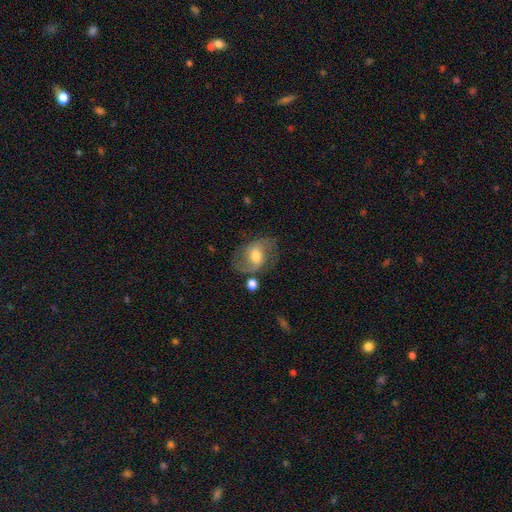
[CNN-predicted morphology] smooth-or-featured: featured or disk: 62% | smooth: 30% | star or artifact: 8%
  disk-edge-on: no: 96% | yes: 4%
    bar: weak: 46% | no: 39% | strong: 15%
    has-spiral-arms: yes: 84% | no: 16%
      spiral-winding: medium: 46% | loose: 41% | tight: 14%
      spiral-arm-count: 2: 86% | can't tell: 7% | 1: 4% | 3: 1% | 4: 1% | more than 4: 1%
    bulge-size: moderate: 63% | small: 20% | large: 14% | none: 2% | dominant: 2%
  merging: none: 64% | minor disturbance: 20% | major disturbance: 11% | merger: 5%